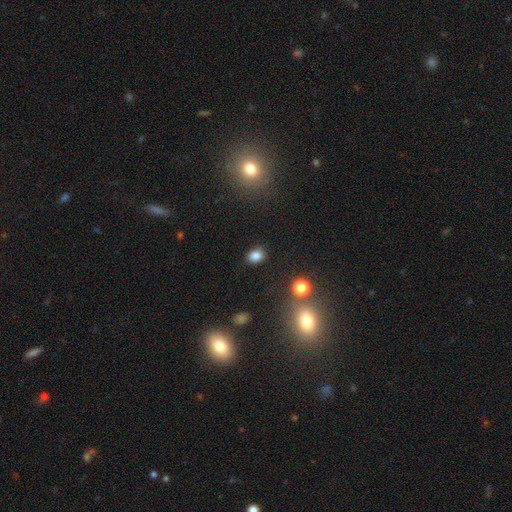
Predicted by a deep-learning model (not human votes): Overall: smooth (83%). How rounded: in between (59%; round 40%). Merging: none (84%).